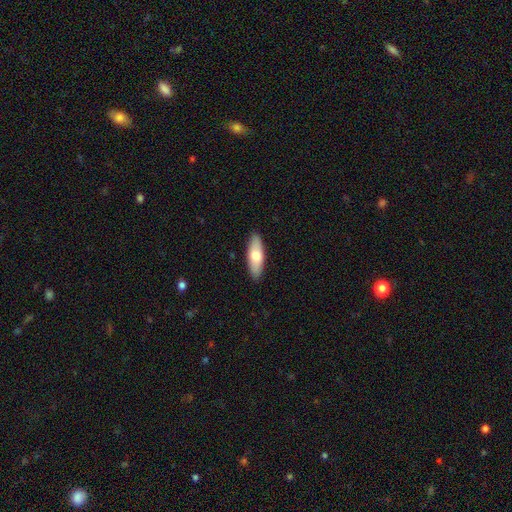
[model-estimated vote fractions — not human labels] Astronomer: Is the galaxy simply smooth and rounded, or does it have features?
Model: smooth — 68%.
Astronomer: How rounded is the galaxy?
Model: in between — 63%.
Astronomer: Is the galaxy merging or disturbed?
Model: none — 89%.